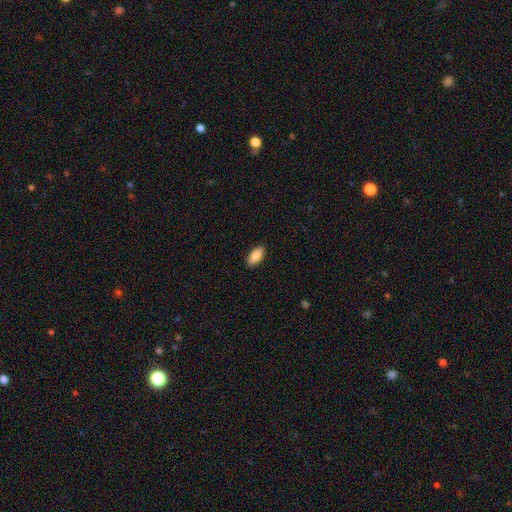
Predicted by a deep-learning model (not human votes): A smooth galaxy with no disk features (81%) that is in between round and cigar-shaped (86%). Merging: none (89%).